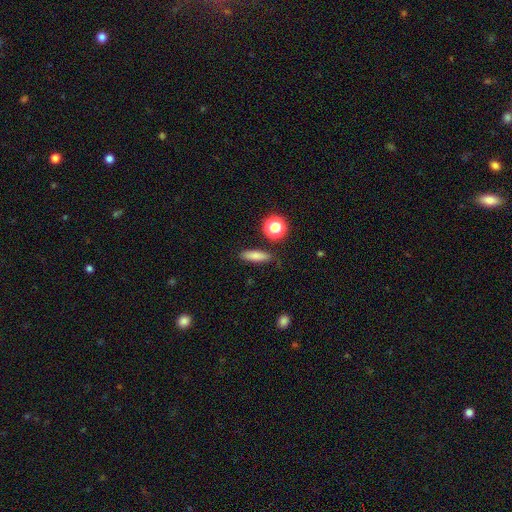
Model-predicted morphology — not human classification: smooth_or_featured: smooth (p=0.80) [alt: star or artifact p=0.10]
how_rounded: cigar-shaped (p=0.56) [alt: in between p=0.36]
merging: none (p=0.83) [alt: minor disturbance p=0.11]